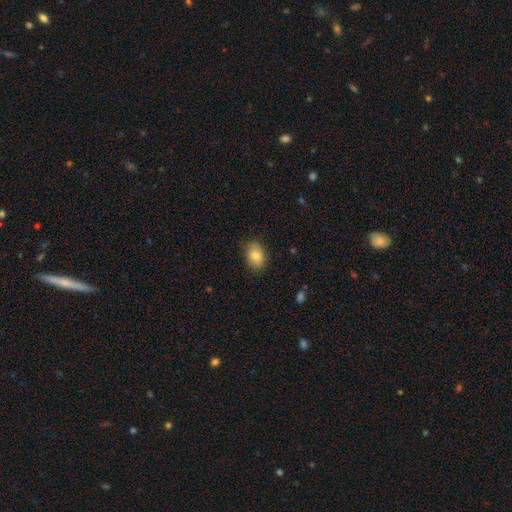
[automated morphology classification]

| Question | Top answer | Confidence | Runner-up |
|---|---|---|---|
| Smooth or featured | smooth | 82% | featured or disk (10%) |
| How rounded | in between | 79% | round (20%) |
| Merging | none | 77% | minor disturbance (18%) |